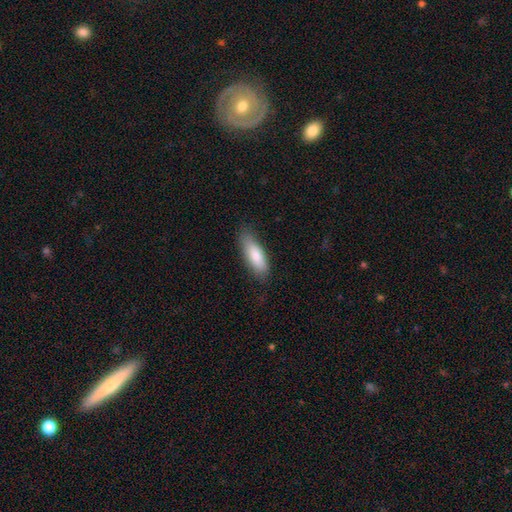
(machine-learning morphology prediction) This appears to be a smooth galaxy with no disk features (83%) that is in between round and cigar-shaped (62%). Merging: none (80%).